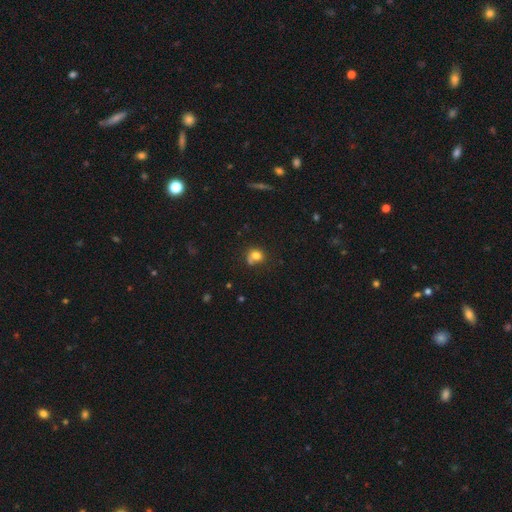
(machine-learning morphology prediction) smooth_or_featured: smooth (p=0.76) [alt: star or artifact p=0.12]
how_rounded: round (p=0.72) [alt: in between p=0.27]
merging: none (p=0.50) [alt: minor disturbance p=0.21]